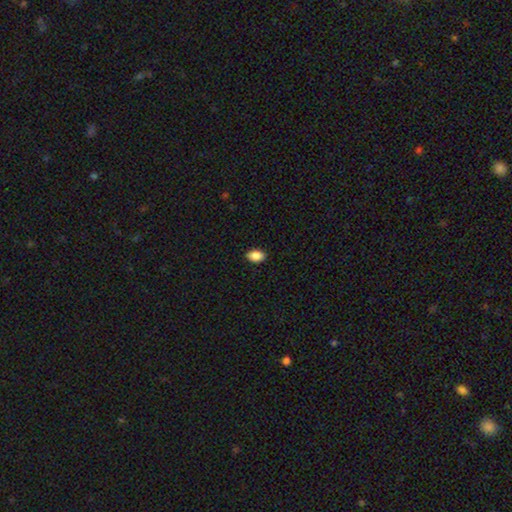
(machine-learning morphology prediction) smooth-or-featured: smooth: 89% | star or artifact: 8% | featured or disk: 3%
  how-rounded: in between: 89% | round: 10% | cigar-shaped: 1%
  merging: none: 89% | minor disturbance: 8% | major disturbance: 2% | merger: 1%